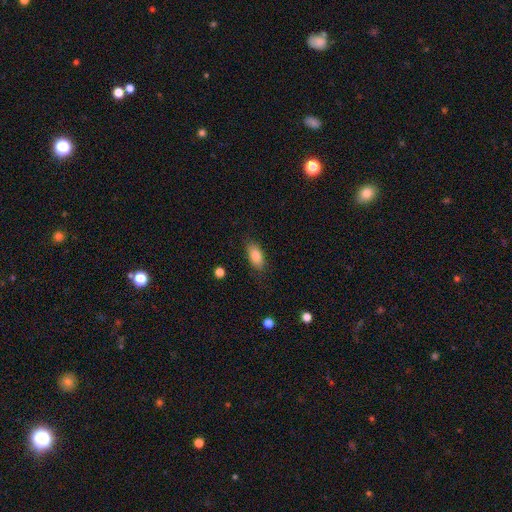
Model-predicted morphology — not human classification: This appears to be a smooth galaxy with no disk features (82%) that is in between round and cigar-shaped (87%). Merging: none (80%).